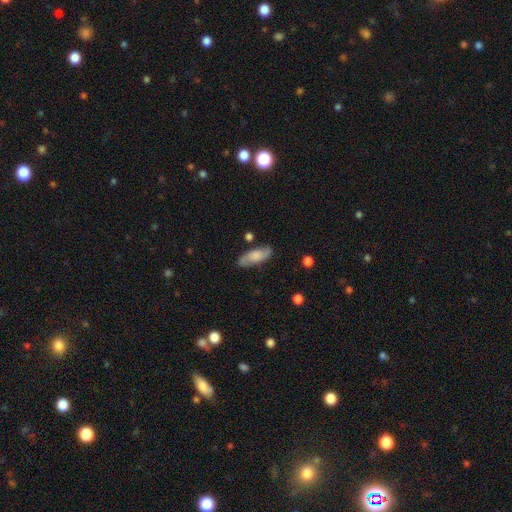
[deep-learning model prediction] Smooth or featured? Predicted: smooth (p=0.54). How rounded? Predicted: in between (p=0.76). Merging? Predicted: none (p=0.77).